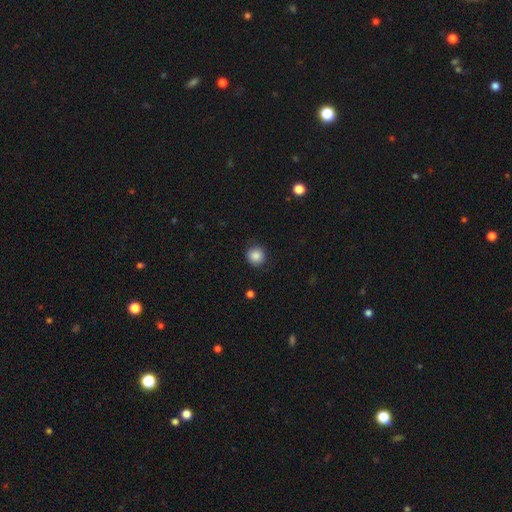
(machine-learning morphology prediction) A smooth galaxy with no disk features (86%) that is round (93%).

Vote fractions:
- Smooth or featured? smooth: 86% / star or artifact: 10% / featured or disk: 4%
- How rounded? round: 93% / in between: 6% / cigar-shaped: 1%
- Merging? none: 88% / minor disturbance: 9% / major disturbance: 2% / merger: 1%